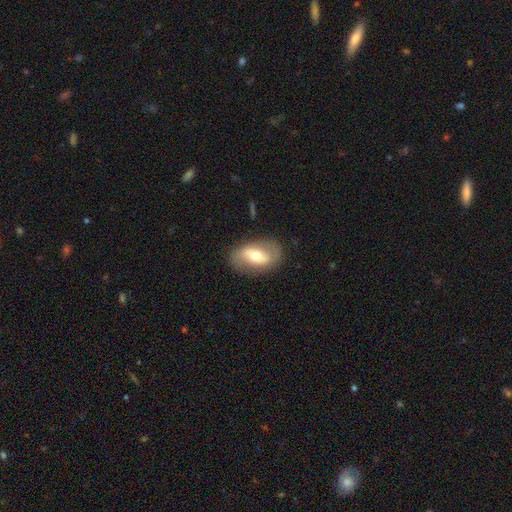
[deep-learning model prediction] featured or disk 52%, smooth 42%, star or artifact 7%. Down the decision tree: edge-on disk — no (87%); merging — none (80%).